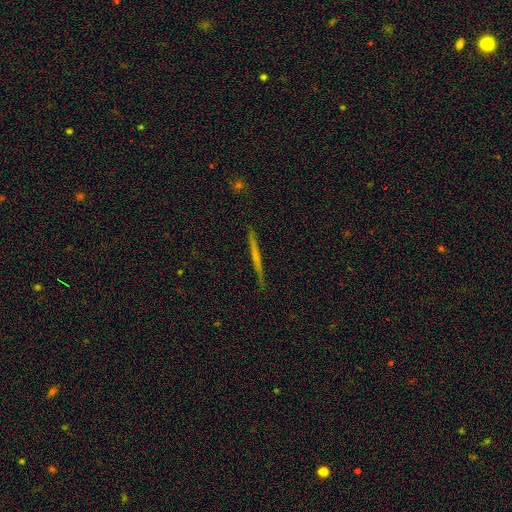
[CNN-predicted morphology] smooth-or-featured: featured or disk: 56% | smooth: 38% | star or artifact: 7%
  disk-edge-on: yes: 98% | no: 2%
    edge-on-bulge: none: 83% | rounded: 12% | boxy: 5%
  merging: none: 91% | minor disturbance: 6% | major disturbance: 1% | merger: 1%